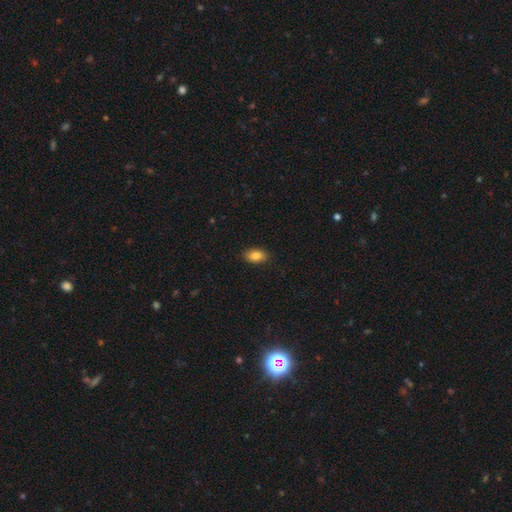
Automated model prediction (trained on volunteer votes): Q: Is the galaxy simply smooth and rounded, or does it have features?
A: smooth — 85%.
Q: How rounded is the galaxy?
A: in between — 91%.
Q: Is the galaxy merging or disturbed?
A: none — 89%.